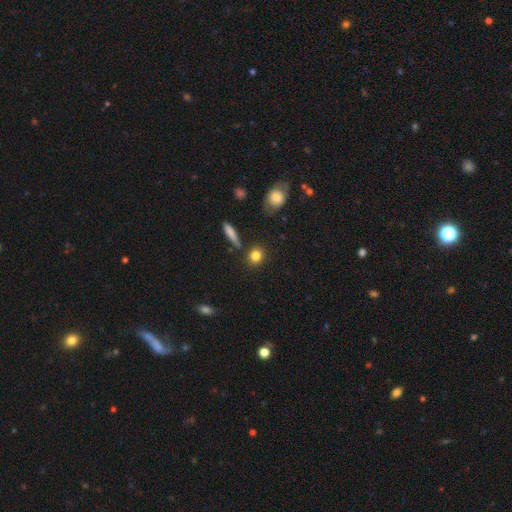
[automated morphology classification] smooth 83%, star or artifact 10%, featured or disk 7%. Down the decision tree: how rounded — round (78%); merging — none (83%).